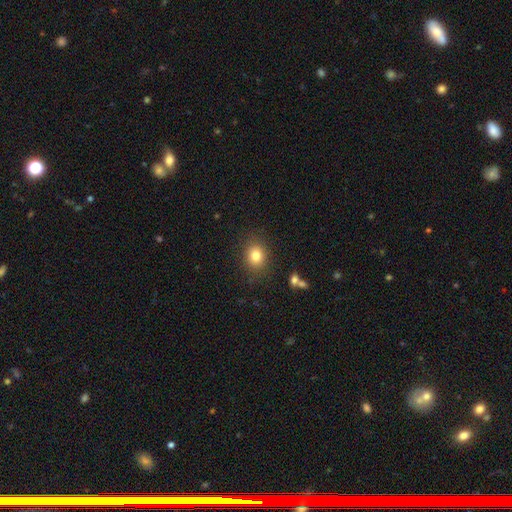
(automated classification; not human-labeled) This appears to be a smooth galaxy with no disk features (81%) that is round (59%). Merging: none (85%).